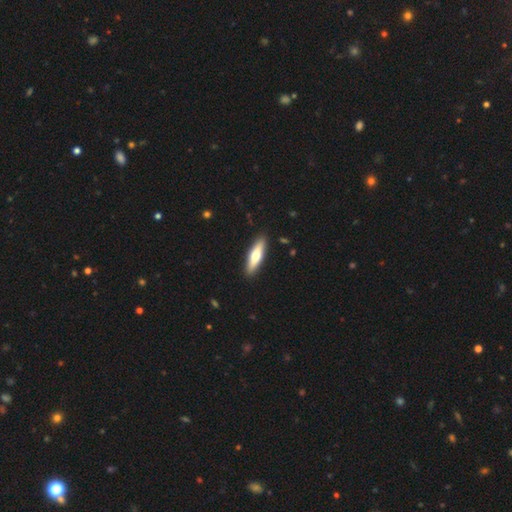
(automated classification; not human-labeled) Overall: smooth (56%; featured or disk 40%). How rounded: cigar-shaped (66%; in between 32%). Merging: none (90%).